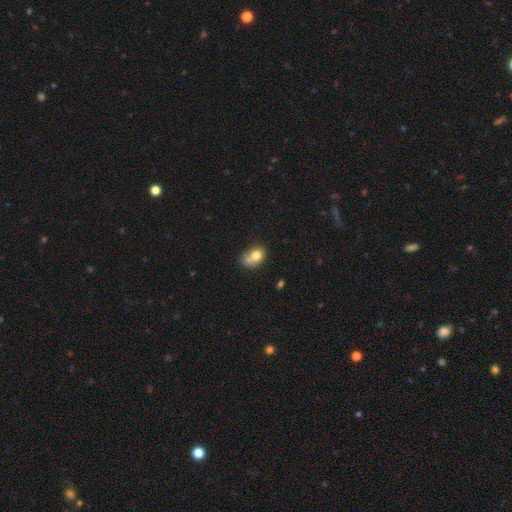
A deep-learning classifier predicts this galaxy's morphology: A smooth galaxy with no disk features (72%) that is in between round and cigar-shaped (58%). Merging: merger (47%).